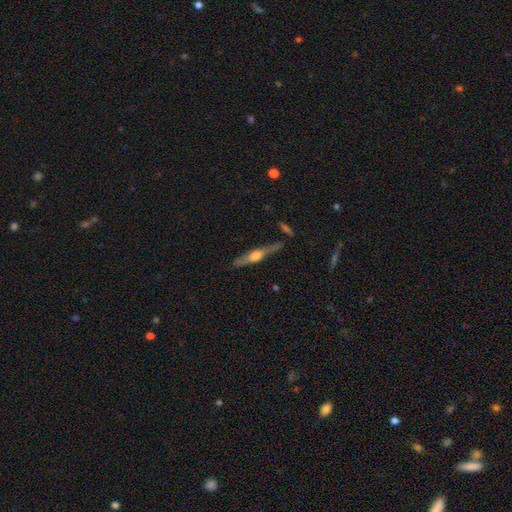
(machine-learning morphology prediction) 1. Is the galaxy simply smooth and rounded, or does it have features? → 69% featured or disk, 25% smooth, 6% star or artifact.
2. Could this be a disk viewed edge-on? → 95% yes, 5% no.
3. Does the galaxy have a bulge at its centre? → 88% rounded, 8% boxy, 4% none.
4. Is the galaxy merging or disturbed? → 76% none, 14% minor disturbance, 6% merger, 4% major disturbance.